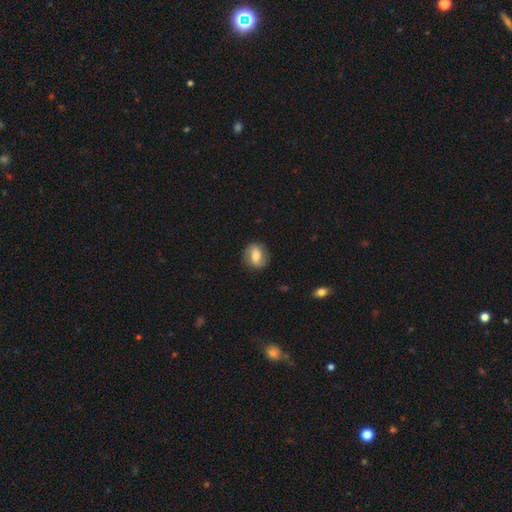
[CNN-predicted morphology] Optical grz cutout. It shows a smooth galaxy with no disk features (62%) that is round (56%). Merging: none (84%).